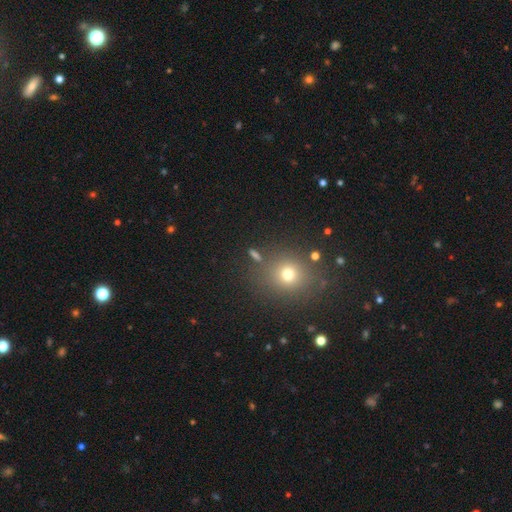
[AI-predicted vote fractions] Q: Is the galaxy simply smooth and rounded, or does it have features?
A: smooth — 60%.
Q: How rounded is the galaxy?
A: round — 73%.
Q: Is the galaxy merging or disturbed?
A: none — 81%.